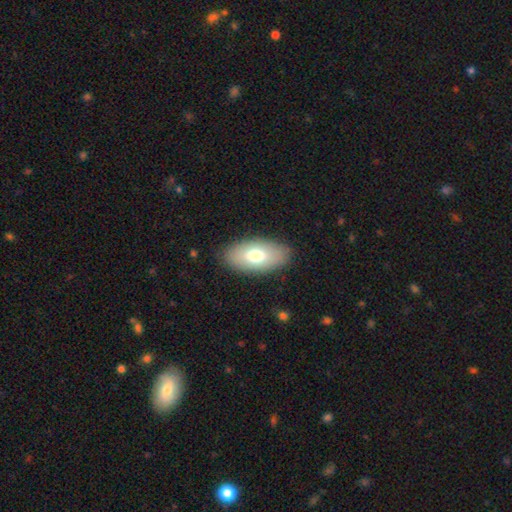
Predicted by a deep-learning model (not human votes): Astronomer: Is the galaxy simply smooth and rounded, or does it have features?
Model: smooth — 74%.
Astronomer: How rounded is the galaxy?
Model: in between — 94%.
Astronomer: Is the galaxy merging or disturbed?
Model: none — 86%.